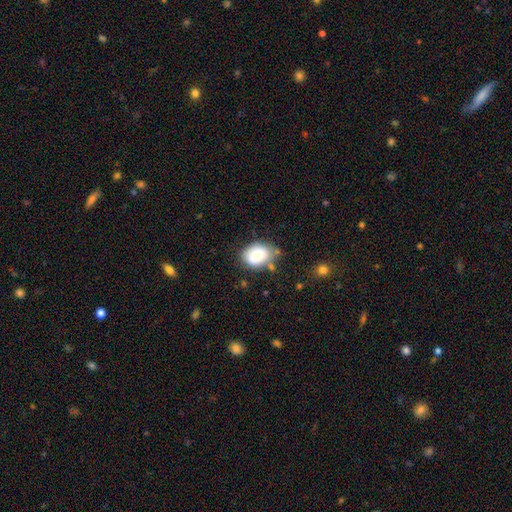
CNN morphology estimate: Smooth or featured? Predicted: smooth (p=0.75). How rounded? Predicted: in between (p=0.63). Merging? Predicted: none (p=0.62).